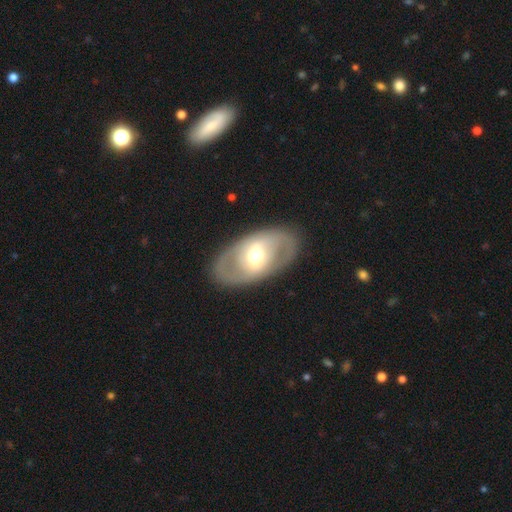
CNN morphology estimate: Smooth or featured?
  - featured or disk: 67% *
  - smooth: 27%
  - star or artifact: 6%
Edge-on disk?
  - no: 91% *
  - yes: 9%
Bar?
  - weak: 40% *
  - strong: 31%
  - no: 29%
Spiral arms?
  - no: 55% *
  - yes: 45%
Bulge size?
  - moderate: 67% *
  - small: 18%
  - large: 13%
  - dominant: 1%
  - none: 1%
Merging?
  - none: 83% *
  - minor disturbance: 10%
  - major disturbance: 5%
  - merger: 1%